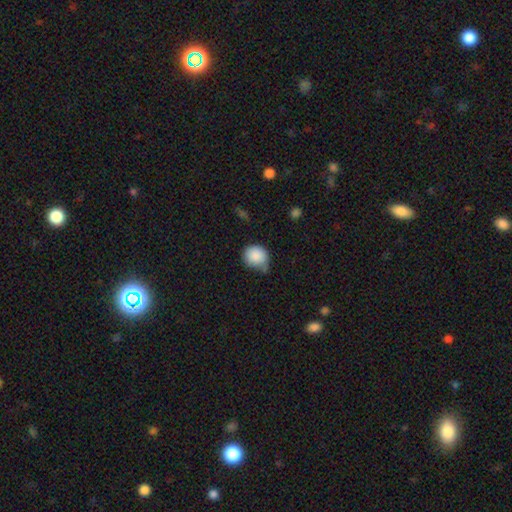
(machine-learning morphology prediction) Overall: smooth (87%). How rounded: round (81%). Merging: none (44%; minor disturbance 41%).